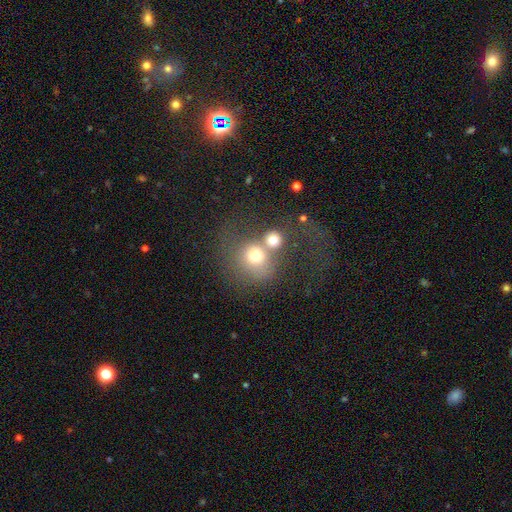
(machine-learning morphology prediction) Smooth or featured? smooth (69%)
How rounded? round (80%)
Merging? merger (57%)